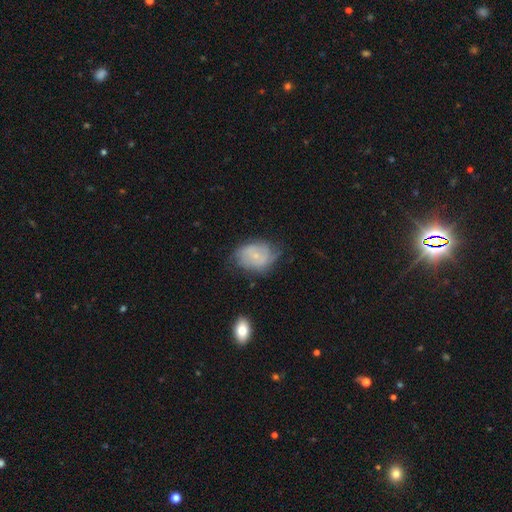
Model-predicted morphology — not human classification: Smooth or featured: featured or disk — 53% (smooth — 38%)
Edge-on disk: no — 96% (yes — 4%)
Bar: no — 71% (weak — 25%)
Spiral arms: yes — 77% (no — 23%)
Bulge size: small — 76% (moderate — 16%)
Merging: none — 56% (minor disturbance — 30%)